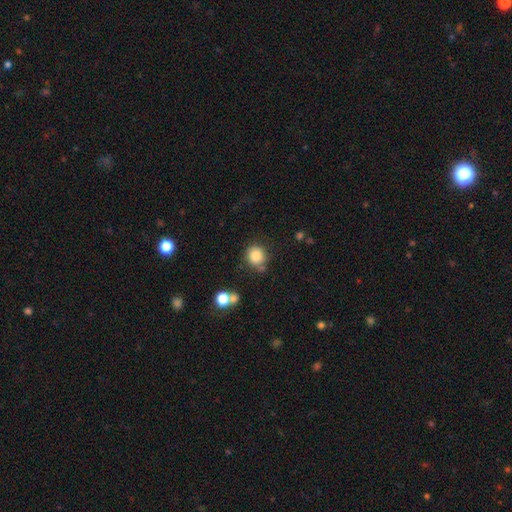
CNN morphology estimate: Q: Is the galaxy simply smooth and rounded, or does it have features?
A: smooth — 84%.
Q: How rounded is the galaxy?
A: round — 85%.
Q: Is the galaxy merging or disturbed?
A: none — 69%.